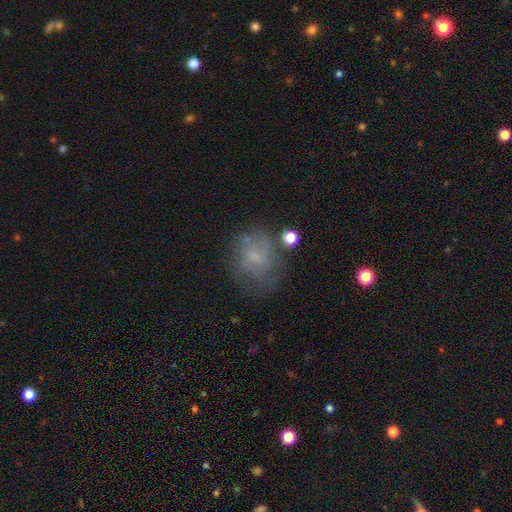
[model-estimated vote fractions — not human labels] smooth-or-featured: smooth: 47% | featured or disk: 38% | star or artifact: 15%
  merging: none: 53% | minor disturbance: 22% | major disturbance: 20% | merger: 5%